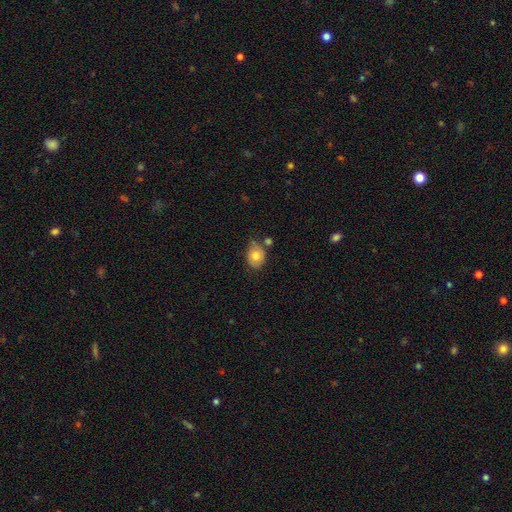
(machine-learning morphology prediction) A smooth galaxy with no disk features (78%) that is in between round and cigar-shaped (51%). Merging: none (58%).